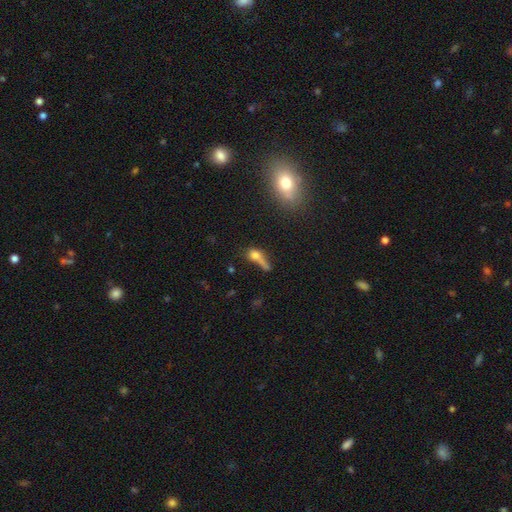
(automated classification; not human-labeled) smooth 62%, featured or disk 22%, star or artifact 16%. Down the decision tree: how rounded — in between (41%); merging — none (31%).